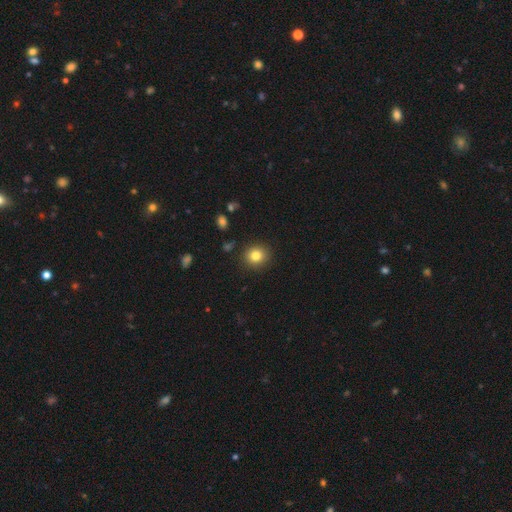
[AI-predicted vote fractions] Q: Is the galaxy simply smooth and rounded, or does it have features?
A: smooth — 81%.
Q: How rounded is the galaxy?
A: round — 82%.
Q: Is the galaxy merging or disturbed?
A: none — 90%.